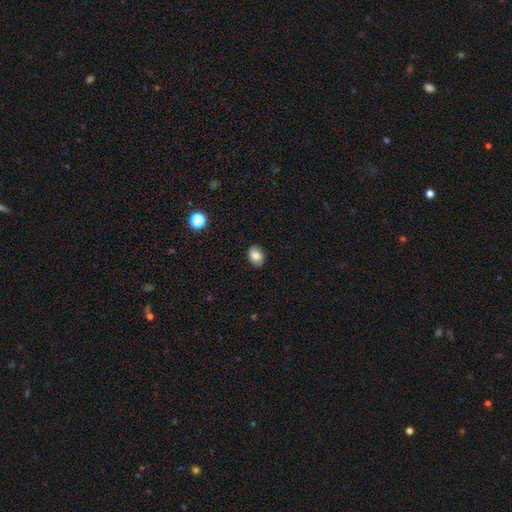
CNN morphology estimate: A smooth galaxy with no disk features (82%) that is in between round and cigar-shaped (63%). Merging: none (86%).